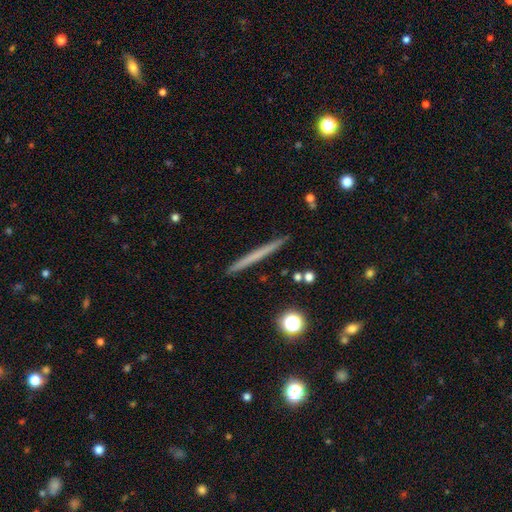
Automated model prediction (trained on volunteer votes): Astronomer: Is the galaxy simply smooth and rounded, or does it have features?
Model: smooth — 52% (runner-up: featured or disk, 42%).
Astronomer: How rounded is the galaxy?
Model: cigar-shaped — 97%.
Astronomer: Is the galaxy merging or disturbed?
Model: none — 92%.